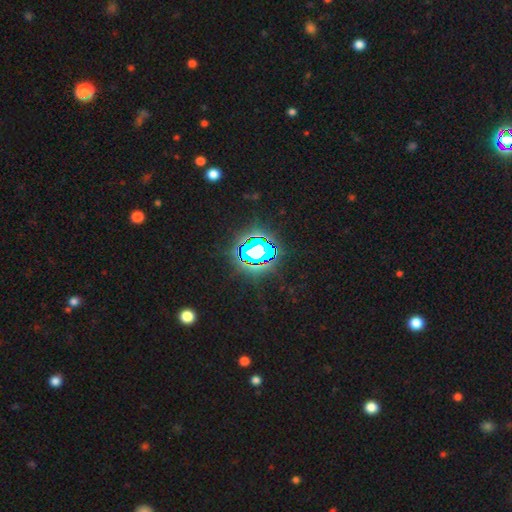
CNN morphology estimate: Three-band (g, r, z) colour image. It shows a star or artifact, not a galaxy (72%).